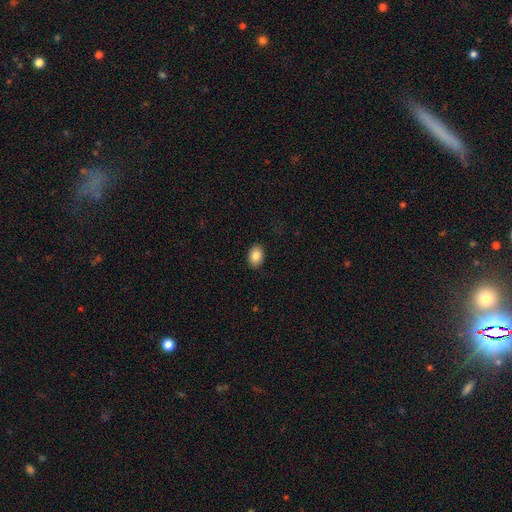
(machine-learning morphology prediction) A smooth galaxy with no disk features (85%) that is in between round and cigar-shaped (79%). Merging: none (89%).